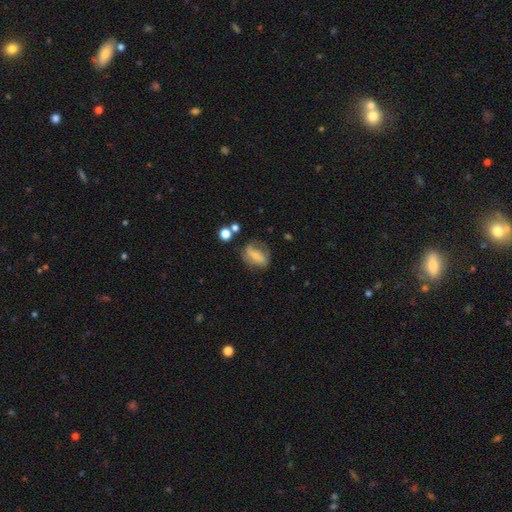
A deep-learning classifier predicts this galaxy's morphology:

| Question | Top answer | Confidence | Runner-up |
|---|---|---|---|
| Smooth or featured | smooth | 50% | featured or disk (40%) |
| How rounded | in between | 65% | round (28%) |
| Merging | none | 53% | minor disturbance (26%) |